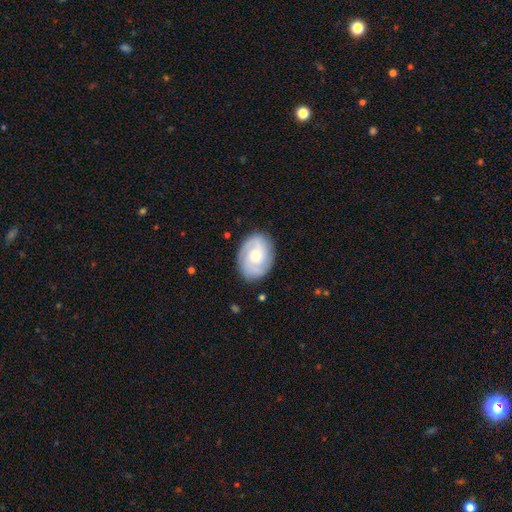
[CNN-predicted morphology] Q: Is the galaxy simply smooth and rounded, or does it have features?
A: featured or disk — 66%.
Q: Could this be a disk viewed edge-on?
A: no — 97%.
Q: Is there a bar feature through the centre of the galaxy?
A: no — 63%.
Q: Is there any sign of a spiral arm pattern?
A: yes — 90%.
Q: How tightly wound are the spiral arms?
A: tight — 42%, tied with medium.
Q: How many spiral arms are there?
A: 2 — 70%.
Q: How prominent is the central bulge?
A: moderate — 56%.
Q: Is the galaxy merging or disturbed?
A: none — 83%.